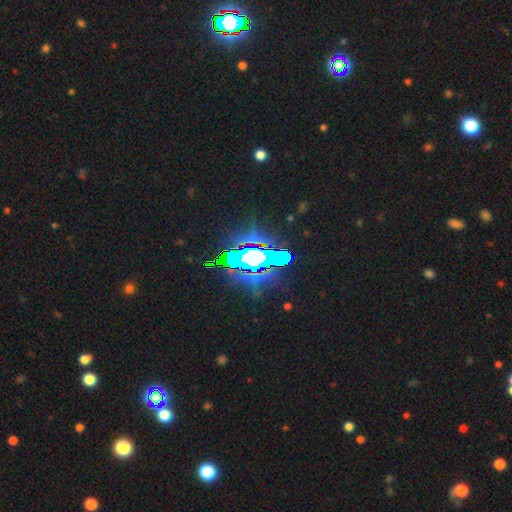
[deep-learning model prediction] A star or artifact, not a galaxy (63%).